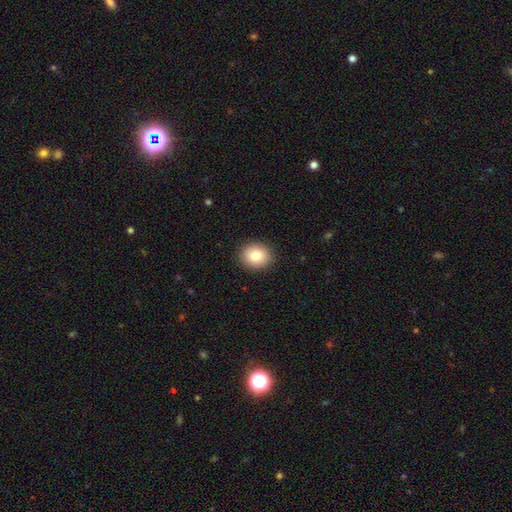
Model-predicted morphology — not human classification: Smooth or featured?
  - smooth: 82% *
  - star or artifact: 9%
  - featured or disk: 9%
How rounded?
  - round: 68% *
  - in between: 31%
  - cigar-shaped: 1%
Merging?
  - none: 90% *
  - minor disturbance: 7%
  - major disturbance: 2%
  - merger: 1%